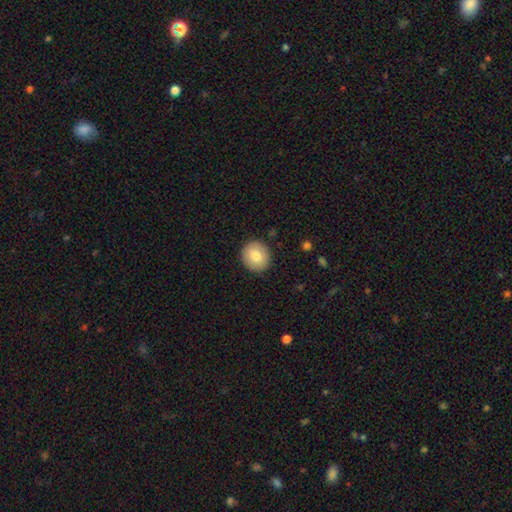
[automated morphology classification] A smooth galaxy with no disk features (79%) that is round (84%). Merging: none (90%).